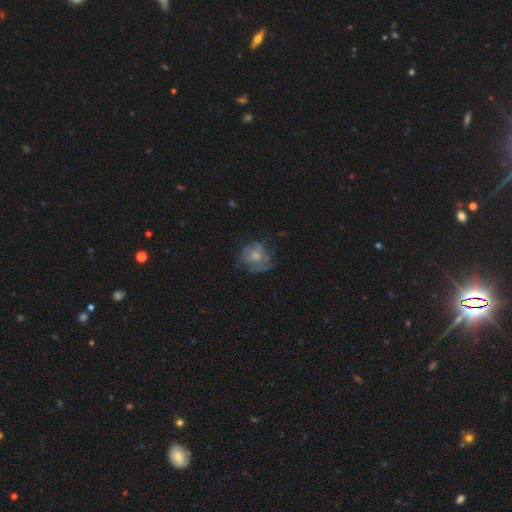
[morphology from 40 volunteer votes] Q: Smooth or featured?
A: featured or disk (62%); runner-up: smooth (28%)
Q: Edge-on disk?
A: no (100%)
Q: Bar?
A: no (80%); runner-up: weak (20%)
Q: Spiral arms?
A: yes (68%); runner-up: no (32%)
Q: Spiral winding?
A: tight (47%); runner-up: medium (35%)
Q: Spiral arm count?
A: can't tell (41%); runner-up: 3 (24%)
Q: Bulge size?
A: moderate (48%); runner-up: small (44%)
Q: Merging?
A: none (56%); runner-up: minor disturbance (33%)